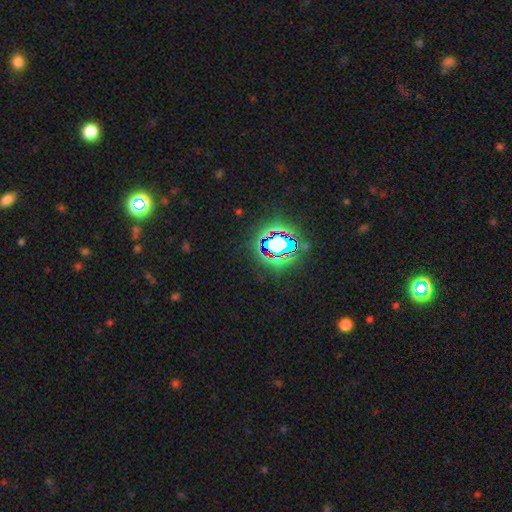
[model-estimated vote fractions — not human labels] Smooth or featured?
  - star or artifact: 82% *
  - smooth: 11%
  - featured or disk: 7%